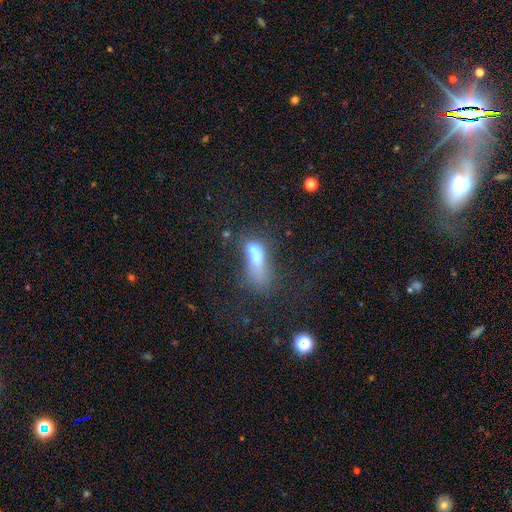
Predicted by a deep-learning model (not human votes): A smooth galaxy with no disk features (57%) that is in between round and cigar-shaped (63%).

Vote fractions:
- Smooth or featured? smooth: 57% / featured or disk: 29% / star or artifact: 15%
- How rounded? in between: 63% / cigar-shaped: 26% / round: 10%
- Merging? merger: 45% / major disturbance: 26% / none: 16% / minor disturbance: 12%